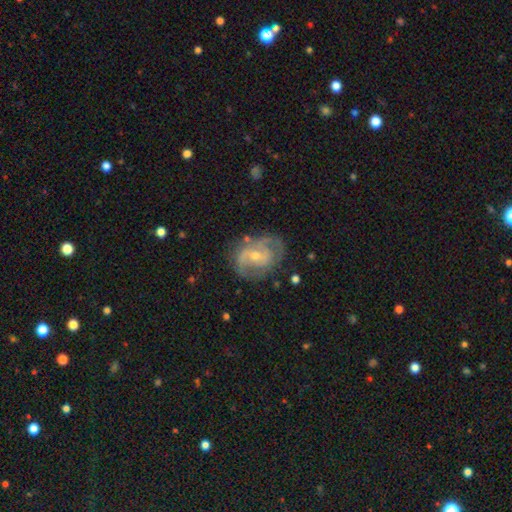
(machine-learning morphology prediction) A featured or disk galaxy (77%) with no bar (50%), 2 (62%) medium (45%) spiral arms (82%) and a small central bulge (51%).

Vote fractions:
- Smooth or featured? featured or disk: 77% / smooth: 16% / star or artifact: 6%
- Edge-on disk? no: 97% / yes: 3%
- Bar? no: 50% / weak: 39% / strong: 11%
- Spiral arms? yes: 82% / no: 18%
- Spiral winding? medium: 45% / tight: 37% / loose: 18%
- Spiral arm count? 2: 62% / can't tell: 21% / 3: 7% / 1: 6% / 4: 2% / more than 4: 2%
- Bulge size? small: 51% / moderate: 45% / large: 2% / none: 1% / dominant: 1%
- Merging? none: 61% / minor disturbance: 23% / major disturbance: 13% / merger: 2%